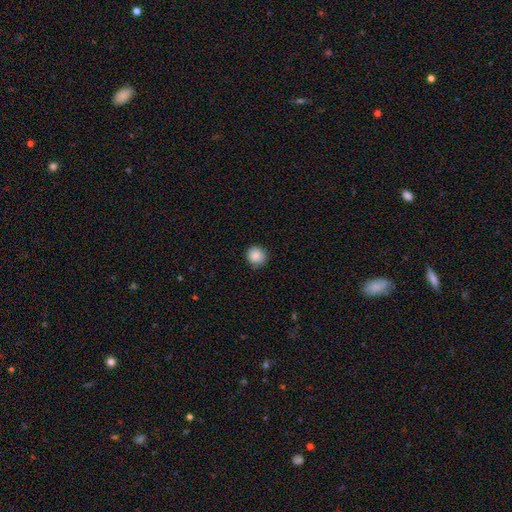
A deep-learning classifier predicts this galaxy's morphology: This is clearly a smooth galaxy (88%). How rounded: clearly round (90%). Merging: clearly none (88%).